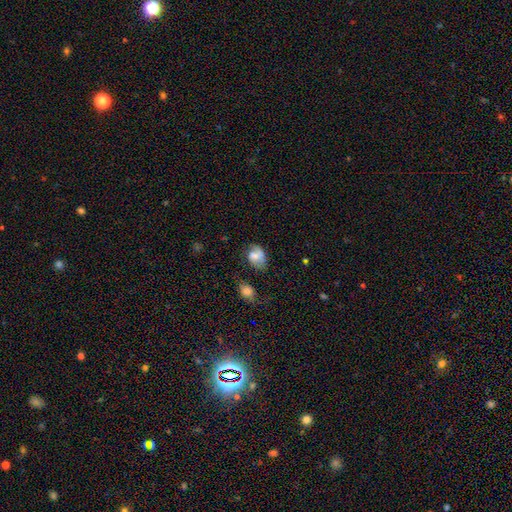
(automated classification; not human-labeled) smooth 61%, featured or disk 29%, star or artifact 10%. Down the decision tree: how rounded — in between (68%); merging — none (48%).